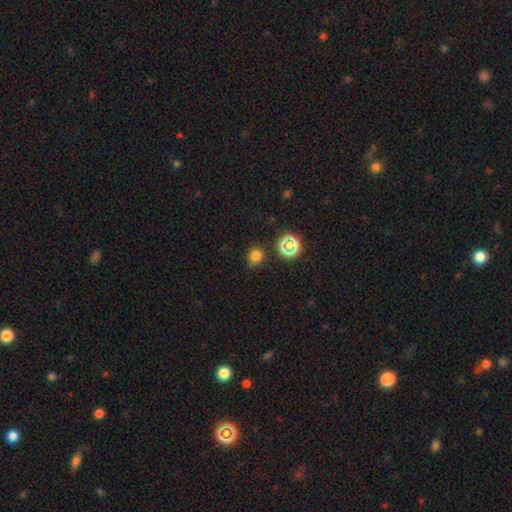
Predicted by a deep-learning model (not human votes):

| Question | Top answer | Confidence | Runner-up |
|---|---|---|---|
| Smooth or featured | smooth | 75% | star or artifact (20%) |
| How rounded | round | 82% | in between (17%) |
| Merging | none | 77% | minor disturbance (17%) |